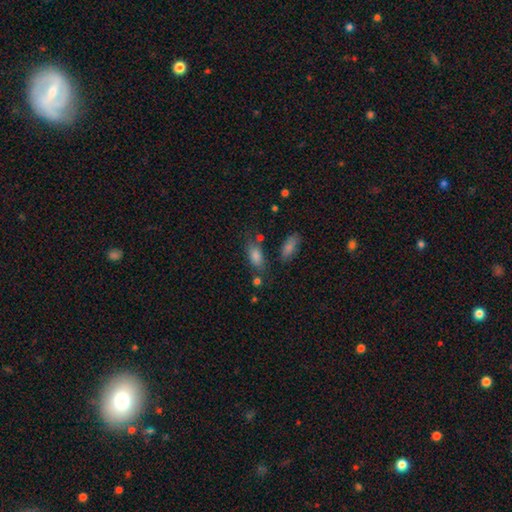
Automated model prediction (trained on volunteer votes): The model was most divided on "merging": none: 64%, minor disturbance: 18%, merger: 12%, major disturbance: 6%. More confident: how rounded — in between (85%); smooth or featured — smooth (81%).